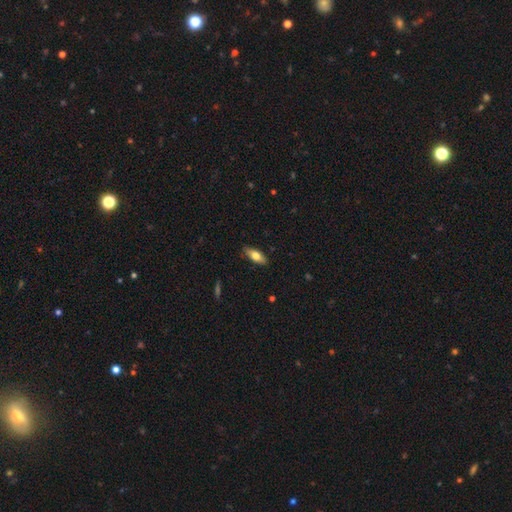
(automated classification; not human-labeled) smooth_or_featured: smooth (p=0.71) [alt: featured or disk p=0.23]
how_rounded: in between (p=0.76) [alt: cigar-shaped p=0.21]
merging: none (p=0.85) [alt: minor disturbance p=0.11]